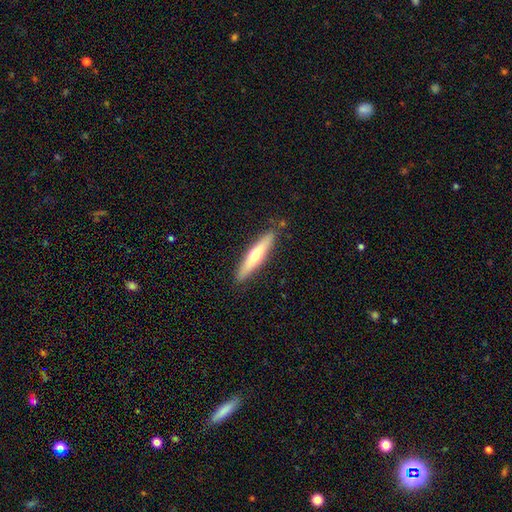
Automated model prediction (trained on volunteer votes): Smooth or featured?
  - featured or disk: 50% *
  - smooth: 44%
  - star or artifact: 6%
Edge-on disk?
  - yes: 92% *
  - no: 8%
Merging?
  - none: 88% *
  - minor disturbance: 9%
  - major disturbance: 2%
  - merger: 2%